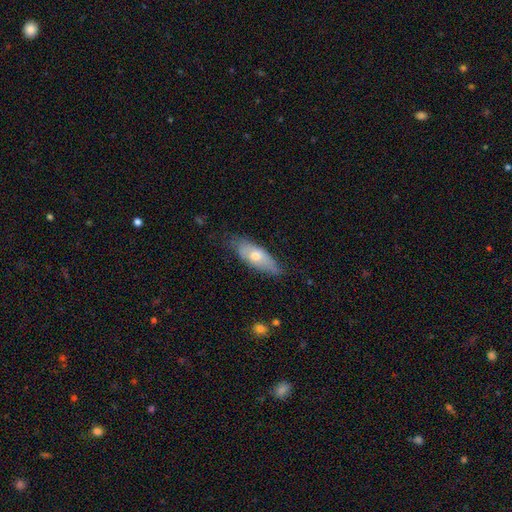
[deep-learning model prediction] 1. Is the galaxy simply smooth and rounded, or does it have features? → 54% smooth, 39% featured or disk, 7% star or artifact.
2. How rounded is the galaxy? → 73% in between, 24% cigar-shaped, 3% round.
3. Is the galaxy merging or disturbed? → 65% none, 28% minor disturbance, 6% major disturbance, 2% merger.